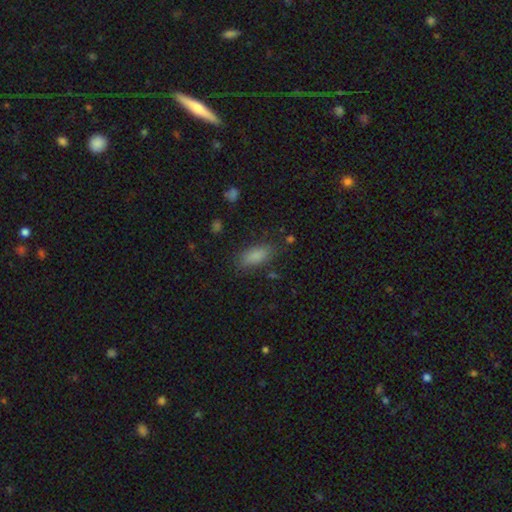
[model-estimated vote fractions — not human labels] Smooth or featured? smooth (85%)
How rounded? in between (82%)
Merging? none (80%)